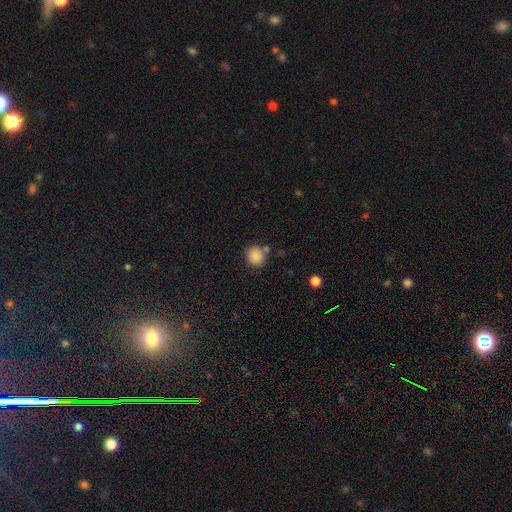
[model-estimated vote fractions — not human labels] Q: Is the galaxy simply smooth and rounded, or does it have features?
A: smooth — 86%.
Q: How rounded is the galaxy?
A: round — 82%.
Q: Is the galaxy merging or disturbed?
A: none — 73%.